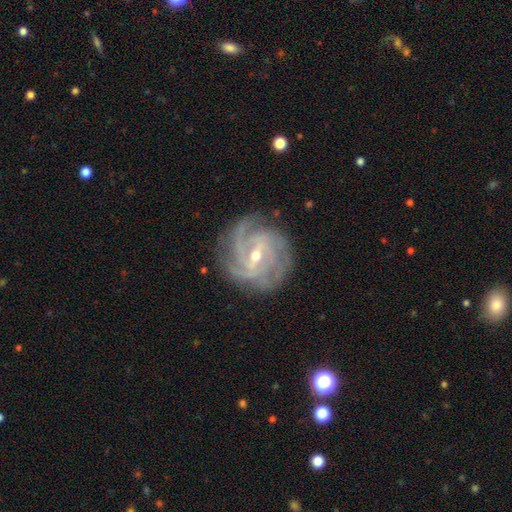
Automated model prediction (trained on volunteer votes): The model was most divided on "spiral arm count": 3: 30%, 4: 28%, can't tell: 16%, 2: 13%, more than 4: 7%, 1: 6%. More confident: spiral arms — yes (98%); edge-on disk — no (97%); smooth or featured — featured or disk (91%); merging — none (78%); spiral winding — tight (61%); bulge size — small (57%); bar — weak (51%).